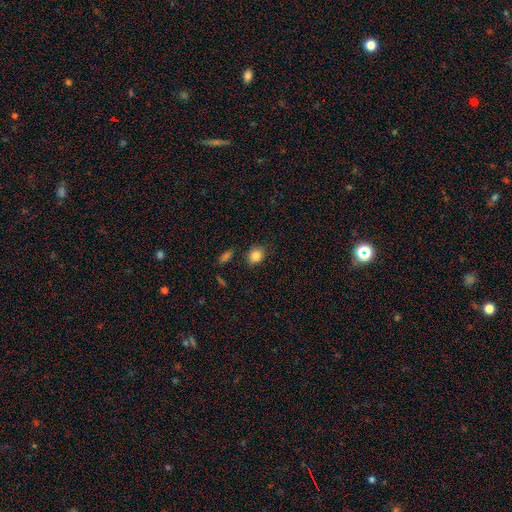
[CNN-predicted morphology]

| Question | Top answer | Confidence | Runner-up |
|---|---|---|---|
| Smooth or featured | smooth | 85% | star or artifact (10%) |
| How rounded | round | 69% | in between (30%) |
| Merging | none | 83% | minor disturbance (11%) |